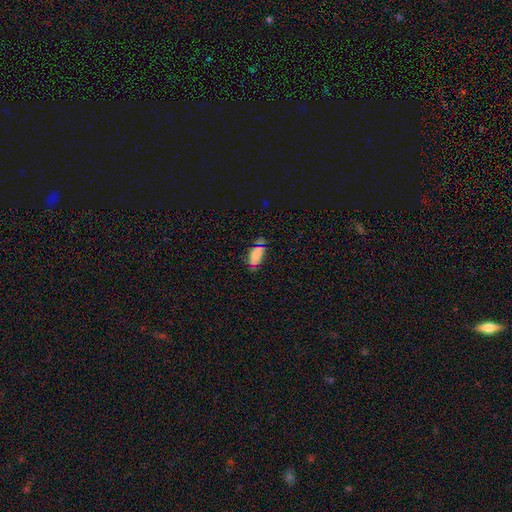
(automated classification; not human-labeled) Morphology: type=smooth (78%); roundness=in between (87%); merging=none (64%).